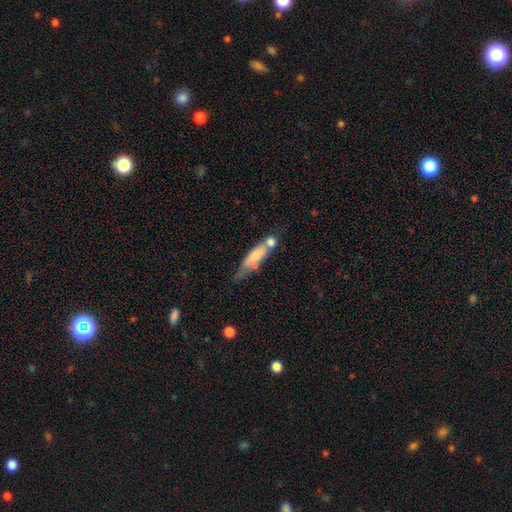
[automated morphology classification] A smooth galaxy with no disk features (59%) that is cigar-shaped (67%). Merging: none (37%).